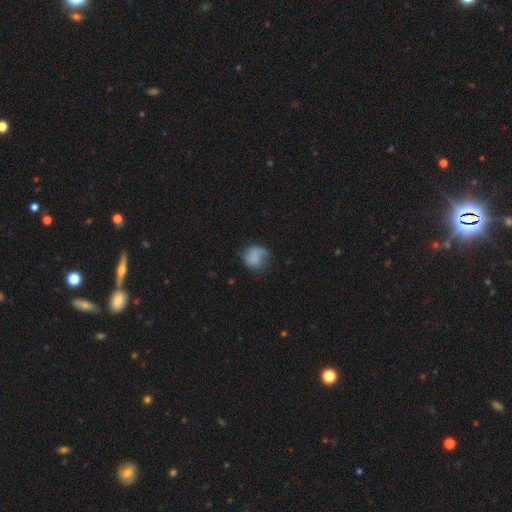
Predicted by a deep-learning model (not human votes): The model was most divided on "merging": none: 41%, minor disturbance: 30%, major disturbance: 26%, merger: 4%. More confident: smooth or featured — smooth (69%); how rounded — round (67%).